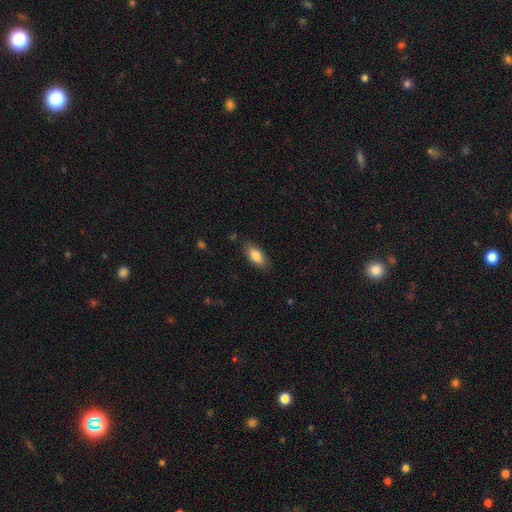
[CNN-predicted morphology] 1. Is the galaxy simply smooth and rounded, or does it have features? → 81% smooth, 12% featured or disk, 7% star or artifact.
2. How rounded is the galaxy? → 86% in between, 11% cigar-shaped, 3% round.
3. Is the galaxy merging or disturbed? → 83% none, 13% minor disturbance, 3% major disturbance, 1% merger.